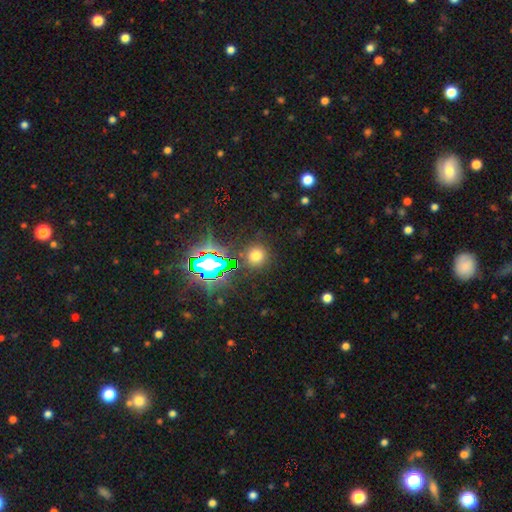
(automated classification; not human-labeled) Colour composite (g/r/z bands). It shows a smooth galaxy with no disk features (64%) that is round (91%). Merging: none (87%).